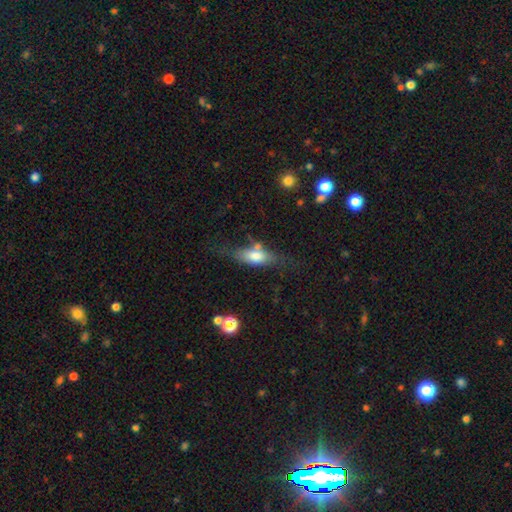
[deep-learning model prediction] Morphology: type=smooth (65%); roundness=in between (71%); merging=none (51%).